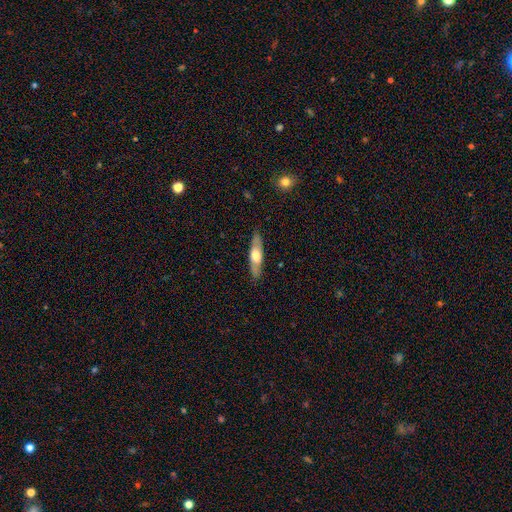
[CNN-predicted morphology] Smooth or featured?
  - smooth: 50% *
  - featured or disk: 45%
  - star or artifact: 5%
Merging?
  - none: 86% *
  - minor disturbance: 11%
  - major disturbance: 2%
  - merger: 1%